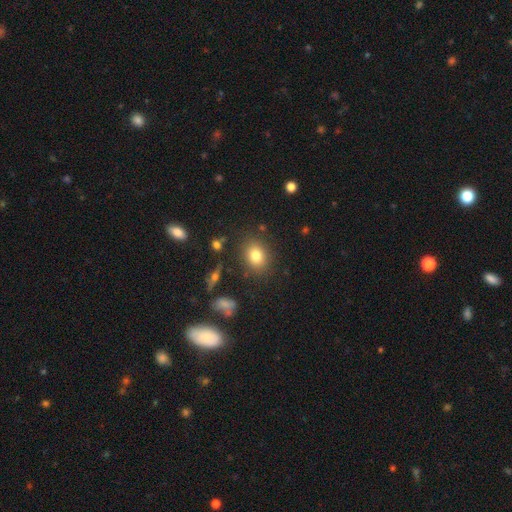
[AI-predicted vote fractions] Q: Smooth or featured?
A: smooth (79%); runner-up: star or artifact (12%)
Q: How rounded?
A: in between (51%); runner-up: round (47%)
Q: Merging?
A: none (84%); runner-up: minor disturbance (10%)